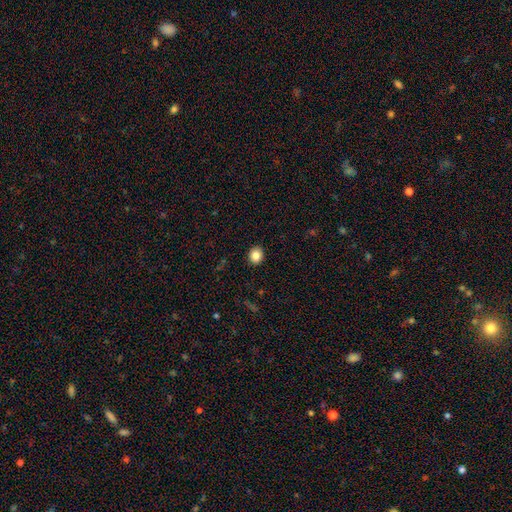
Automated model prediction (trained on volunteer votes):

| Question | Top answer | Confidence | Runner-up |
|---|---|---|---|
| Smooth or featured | smooth | 85% | star or artifact (10%) |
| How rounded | round | 66% | in between (33%) |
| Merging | none | 92% | minor disturbance (6%) |